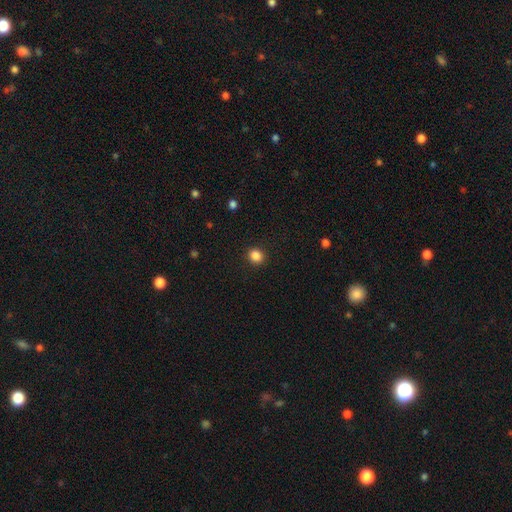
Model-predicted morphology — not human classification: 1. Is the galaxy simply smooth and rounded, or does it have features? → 86% smooth, 11% star or artifact, 3% featured or disk.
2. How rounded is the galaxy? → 75% round, 24% in between, 1% cigar-shaped.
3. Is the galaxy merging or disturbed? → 91% none, 6% minor disturbance, 2% major disturbance, 1% merger.